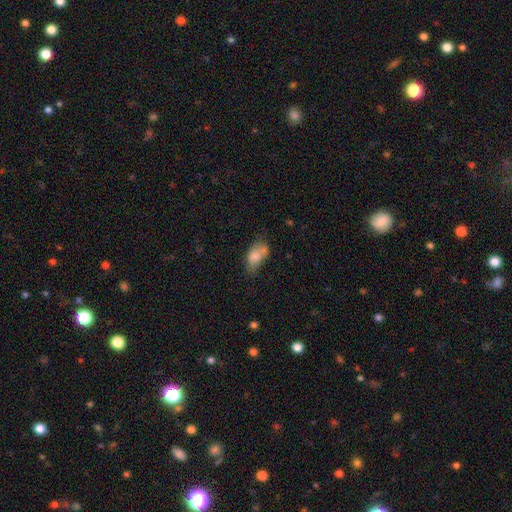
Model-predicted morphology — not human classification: The model was most divided on "merging": none: 40%, minor disturbance: 30%, merger: 17%, major disturbance: 13%. More confident: how rounded — in between (88%); smooth or featured — smooth (72%).